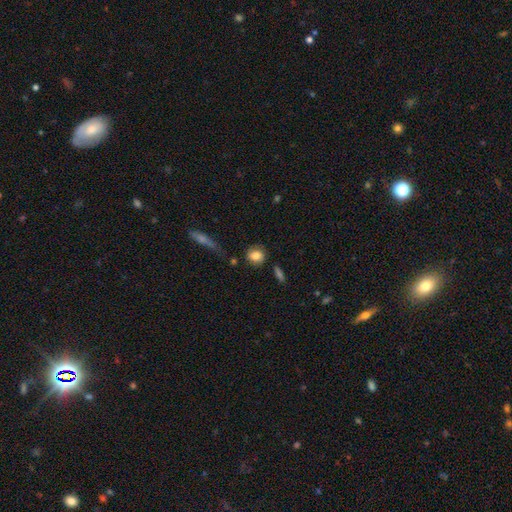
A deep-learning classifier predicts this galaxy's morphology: A smooth galaxy with no disk features (81%) that is round (71%).

Vote fractions:
- Smooth or featured? smooth: 81% / featured or disk: 11% / star or artifact: 8%
- How rounded? round: 71% / in between: 26% / cigar-shaped: 3%
- Merging? none: 76% / minor disturbance: 15% / merger: 5% / major disturbance: 5%